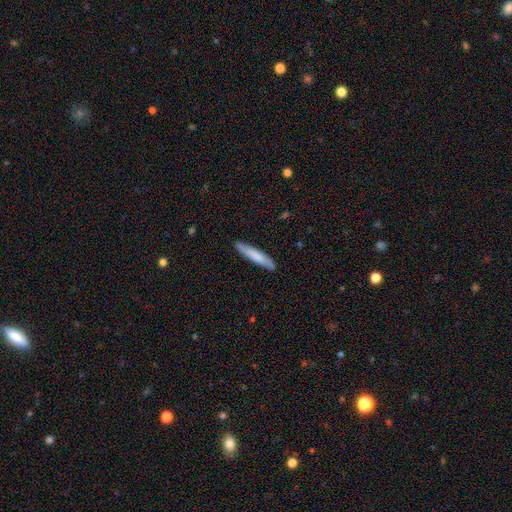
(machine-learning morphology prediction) smooth_or_featured: smooth (p=0.71) [alt: featured or disk p=0.24]
how_rounded: cigar-shaped (p=0.92) [alt: in between p=0.07]
merging: none (p=0.87) [alt: minor disturbance p=0.10]